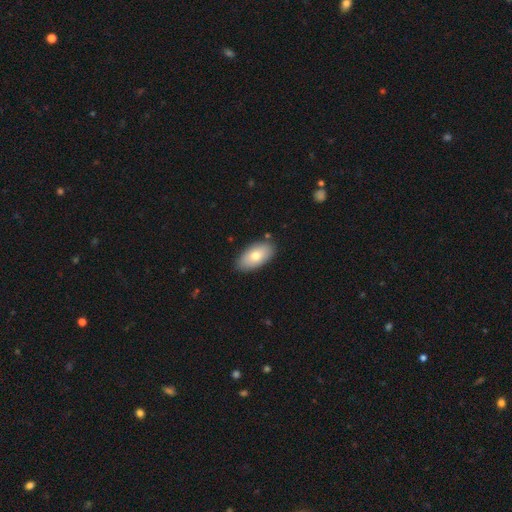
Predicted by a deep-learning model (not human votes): Overall: smooth (74%). How rounded: in between (94%). Merging: none (85%).